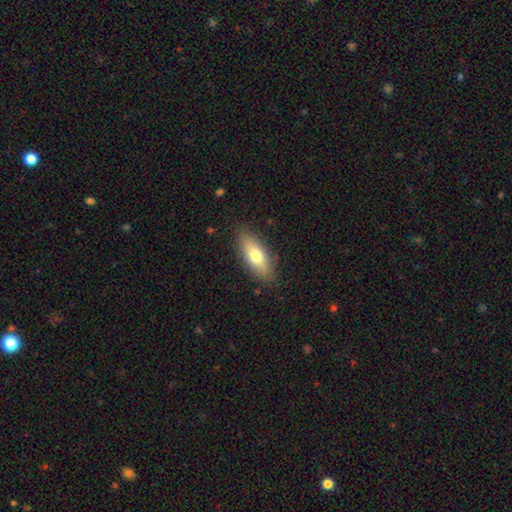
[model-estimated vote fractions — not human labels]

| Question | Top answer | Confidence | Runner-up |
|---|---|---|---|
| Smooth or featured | smooth | 72% | featured or disk (22%) |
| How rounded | in between | 76% | cigar-shaped (21%) |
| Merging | none | 86% | minor disturbance (11%) |